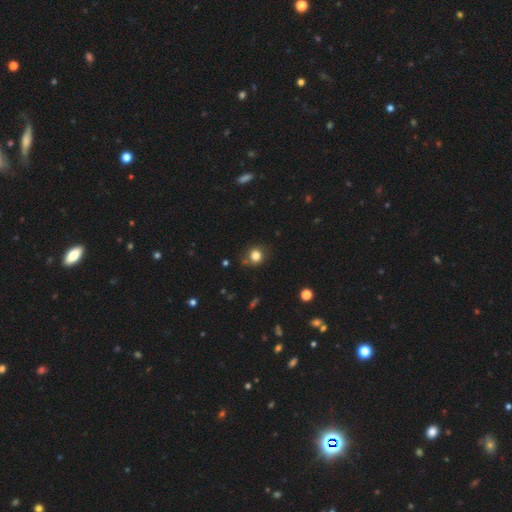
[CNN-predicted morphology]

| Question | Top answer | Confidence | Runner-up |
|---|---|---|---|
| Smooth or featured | smooth | 80% | star or artifact (13%) |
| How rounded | round | 82% | in between (17%) |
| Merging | none | 77% | minor disturbance (15%) |